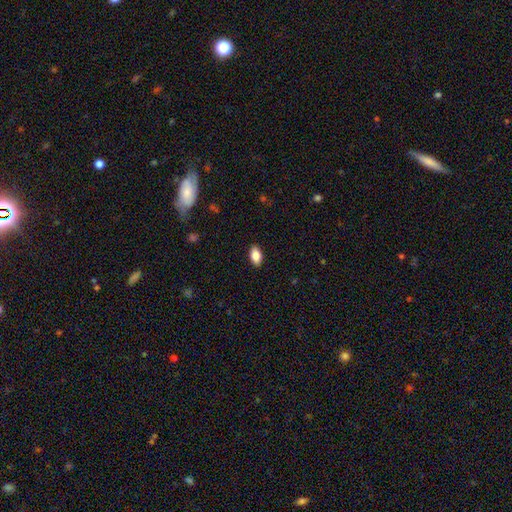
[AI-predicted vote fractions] This appears to be a smooth galaxy with no disk features (84%) that is in between round and cigar-shaped (92%). Merging: none (89%).